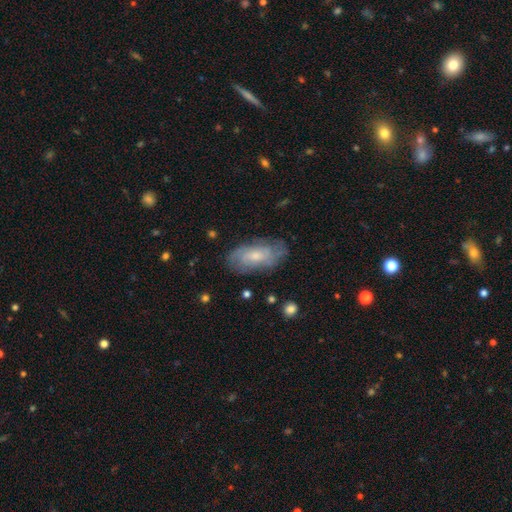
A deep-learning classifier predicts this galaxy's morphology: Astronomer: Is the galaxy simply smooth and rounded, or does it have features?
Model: featured or disk — 60%.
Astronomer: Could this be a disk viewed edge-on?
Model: no — 92%.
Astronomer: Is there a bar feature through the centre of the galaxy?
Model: no — 68%.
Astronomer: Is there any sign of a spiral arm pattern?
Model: yes — 82%.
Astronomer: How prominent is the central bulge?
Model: small — 50% (runner-up: moderate, 40%).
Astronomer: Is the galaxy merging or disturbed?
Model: none — 76%.